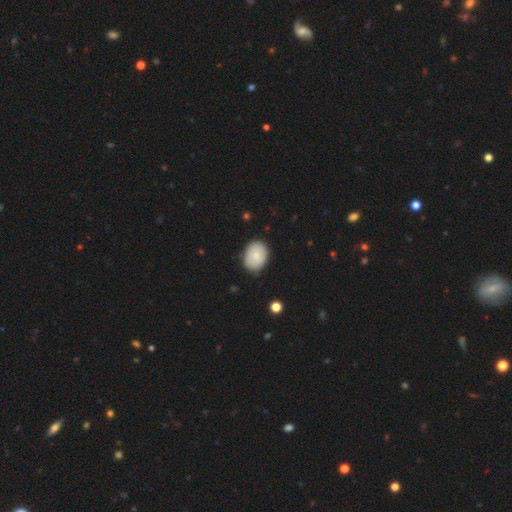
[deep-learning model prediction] Smooth or featured?
  - smooth: 84% *
  - featured or disk: 9%
  - star or artifact: 7%
How rounded?
  - in between: 66% *
  - round: 33%
  - cigar-shaped: 1%
Merging?
  - none: 79% *
  - minor disturbance: 17%
  - major disturbance: 3%
  - merger: 1%